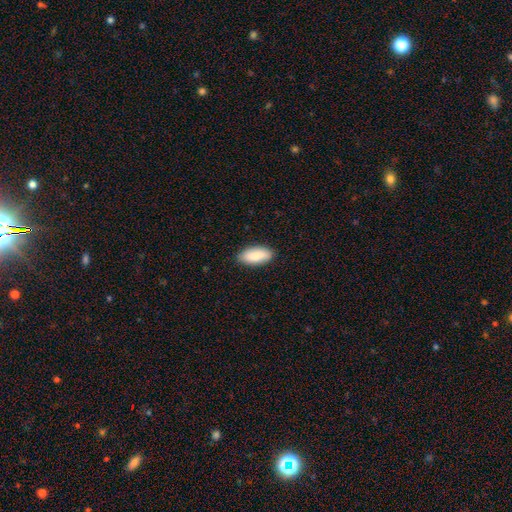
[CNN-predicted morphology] This appears to be a smooth galaxy with no disk features (88%) that is in between round and cigar-shaped (89%). Merging: none (87%).